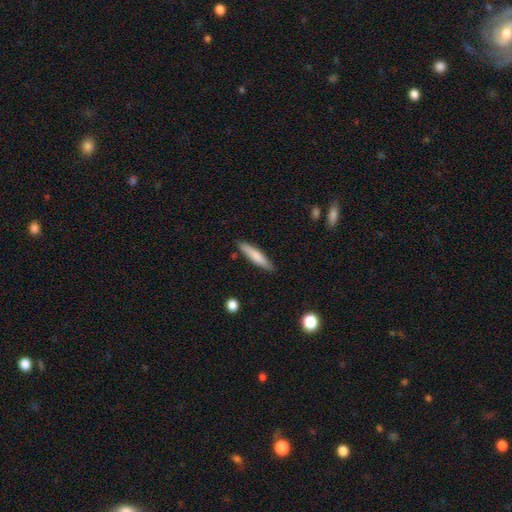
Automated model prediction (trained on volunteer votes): Morphology: type=smooth (75%); roundness=cigar-shaped (85%); merging=none (85%).